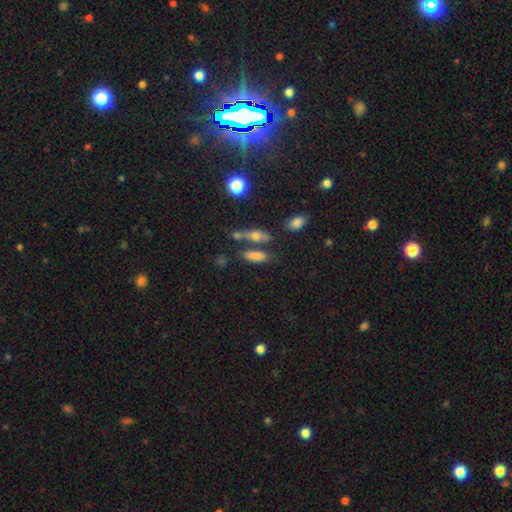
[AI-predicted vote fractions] This is likely a smooth galaxy (73%). How rounded: possibly in between (55%). Merging: possibly none (58%).